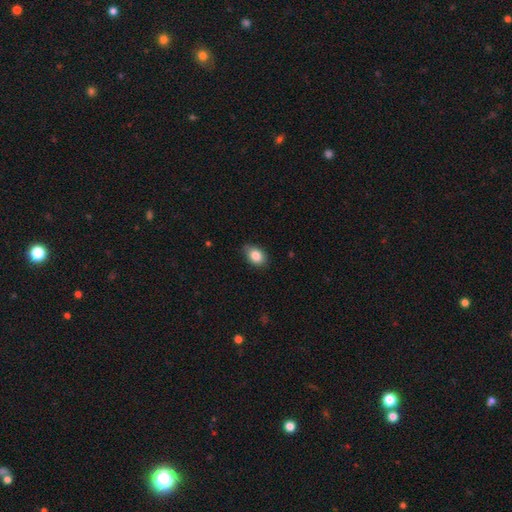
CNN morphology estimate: smooth 85%, star or artifact 8%, featured or disk 7%. Down the decision tree: how rounded — in between (79%); merging — none (81%).